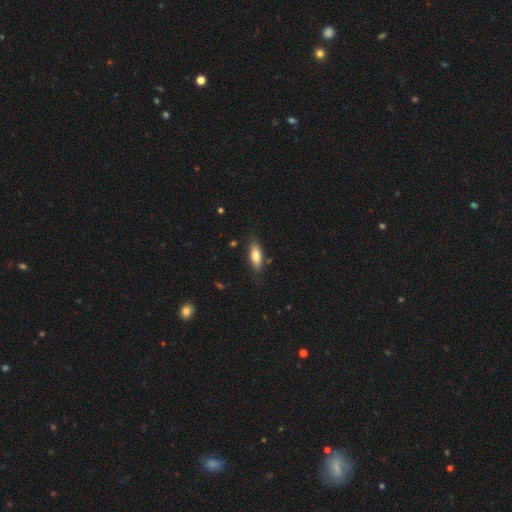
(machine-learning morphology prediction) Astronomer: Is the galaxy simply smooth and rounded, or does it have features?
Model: smooth — 76%.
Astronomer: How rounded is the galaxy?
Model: in between — 67%.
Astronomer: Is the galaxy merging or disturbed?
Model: none — 81%.